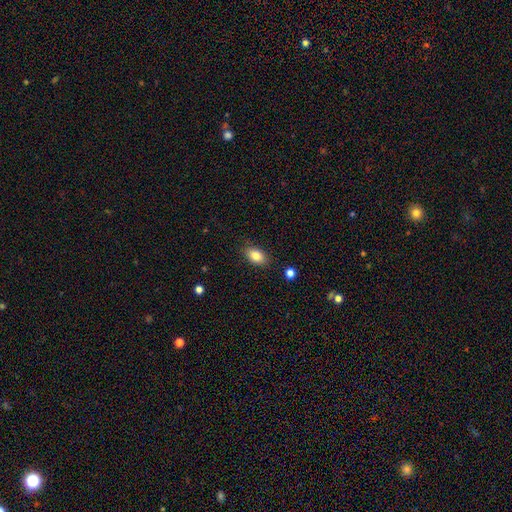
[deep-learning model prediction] A smooth galaxy with no disk features (84%) that is in between round and cigar-shaped (88%). Merging: none (85%).